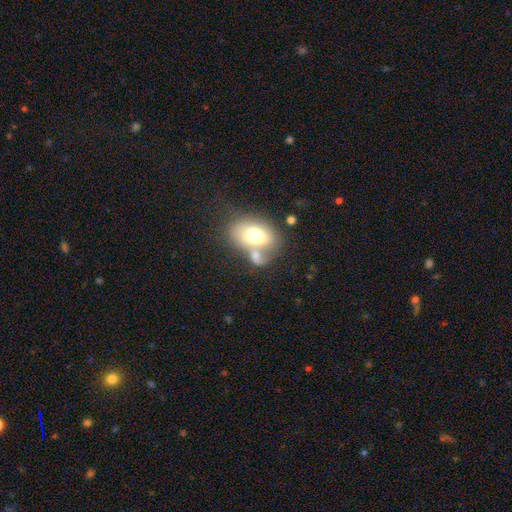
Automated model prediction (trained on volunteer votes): The model was most divided on "merging": merger: 43%, none: 32%, minor disturbance: 15%, major disturbance: 10%. More confident: how rounded — in between (79%); smooth or featured — smooth (67%).